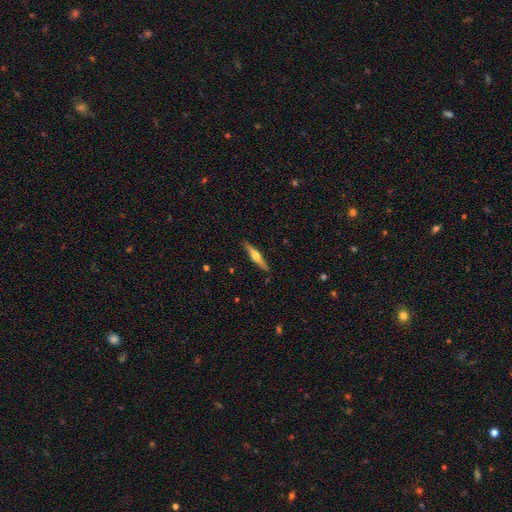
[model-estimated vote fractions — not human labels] This is likely a featured or disk galaxy (60%). It is clearly viewed edge-on (96%). Edge-on bulge: clearly rounded (92%). Merging: clearly none (90%).